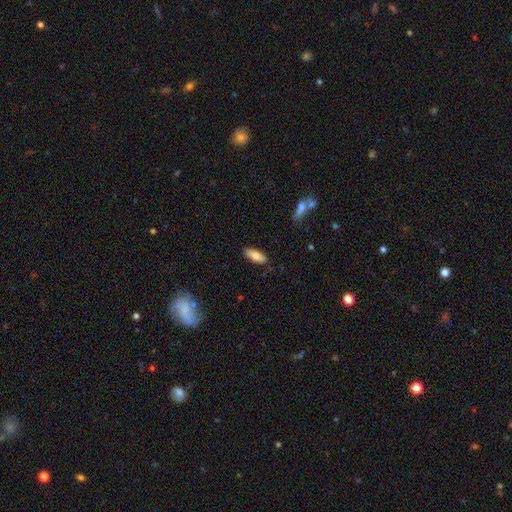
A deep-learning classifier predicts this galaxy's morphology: Smooth or featured?
  - smooth: 79% *
  - featured or disk: 14%
  - star or artifact: 7%
How rounded?
  - in between: 78% *
  - cigar-shaped: 21%
  - round: 2%
Merging?
  - none: 86% *
  - minor disturbance: 10%
  - major disturbance: 2%
  - merger: 1%